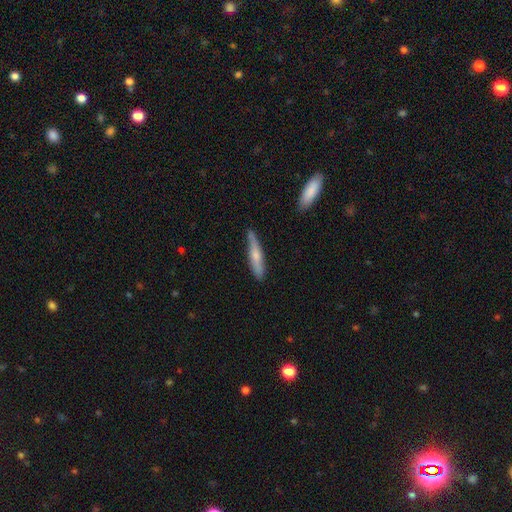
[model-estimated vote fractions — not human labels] Q: Smooth or featured?
A: smooth (56%); runner-up: featured or disk (39%)
Q: How rounded?
A: cigar-shaped (88%); runner-up: in between (10%)
Q: Merging?
A: none (77%); runner-up: minor disturbance (18%)